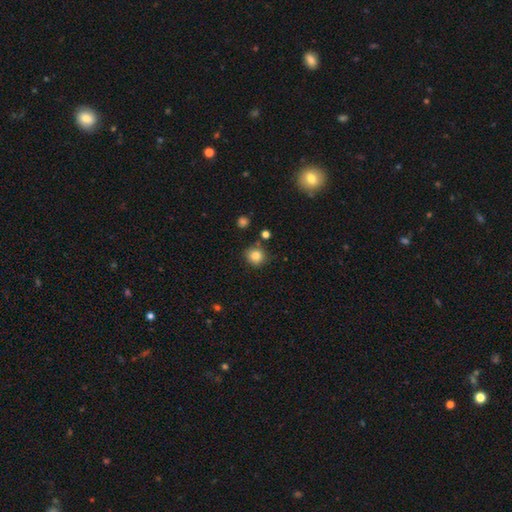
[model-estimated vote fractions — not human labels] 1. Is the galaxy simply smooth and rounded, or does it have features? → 83% smooth, 11% star or artifact, 6% featured or disk.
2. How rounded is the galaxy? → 89% round, 10% in between, 1% cigar-shaped.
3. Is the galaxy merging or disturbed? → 82% none, 10% minor disturbance, 5% merger, 3% major disturbance.